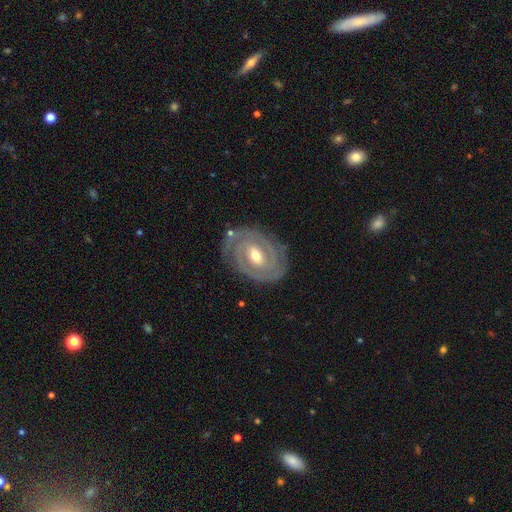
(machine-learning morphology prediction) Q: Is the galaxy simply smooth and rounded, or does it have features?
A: featured or disk — 88%.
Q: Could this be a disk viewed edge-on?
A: no — 96%.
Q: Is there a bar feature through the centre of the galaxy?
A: weak — 45%.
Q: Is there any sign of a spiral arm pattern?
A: yes — 94%.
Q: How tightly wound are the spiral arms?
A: tight — 80%.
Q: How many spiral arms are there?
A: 2 — 73%.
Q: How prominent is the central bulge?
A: moderate — 72%.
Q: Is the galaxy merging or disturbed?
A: none — 81%.